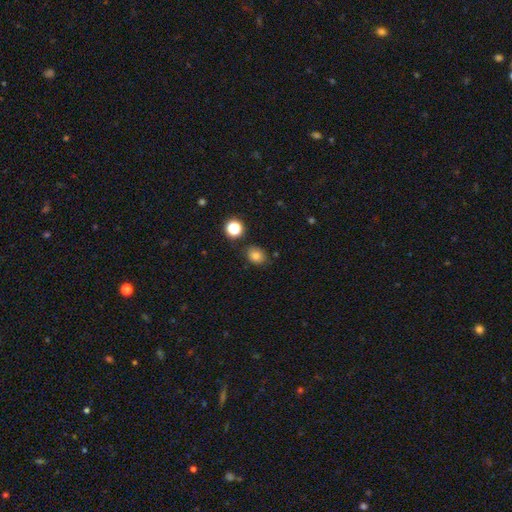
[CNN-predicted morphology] Q: Smooth or featured?
A: smooth (80%); runner-up: star or artifact (13%)
Q: How rounded?
A: round (57%); runner-up: in between (42%)
Q: Merging?
A: none (78%); runner-up: minor disturbance (14%)